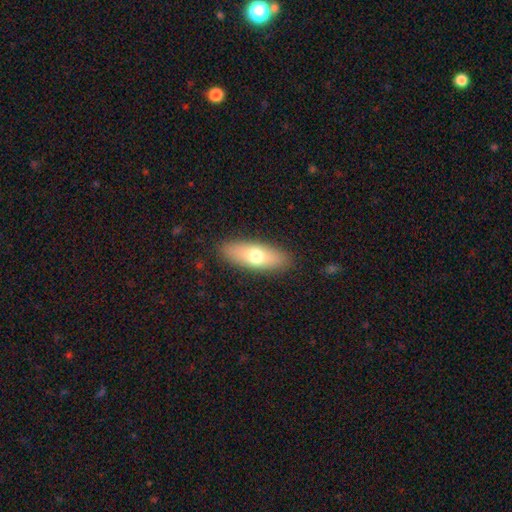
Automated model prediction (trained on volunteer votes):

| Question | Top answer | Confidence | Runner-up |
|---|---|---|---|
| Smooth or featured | smooth | 68% | featured or disk (25%) |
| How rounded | in between | 64% | cigar-shaped (32%) |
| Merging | none | 87% | minor disturbance (9%) |